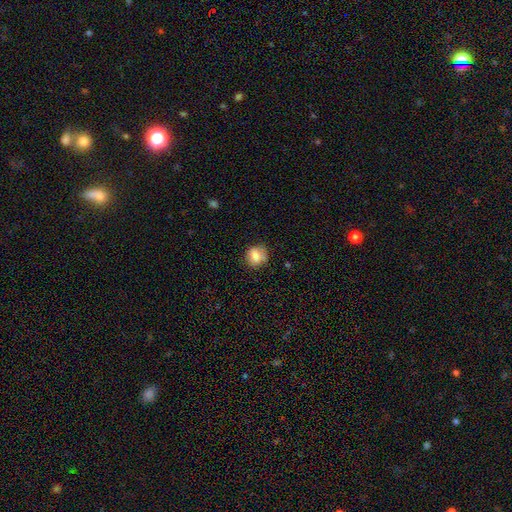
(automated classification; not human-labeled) smooth 77%, featured or disk 14%, star or artifact 9%. Down the decision tree: how rounded — round (69%); merging — none (71%).